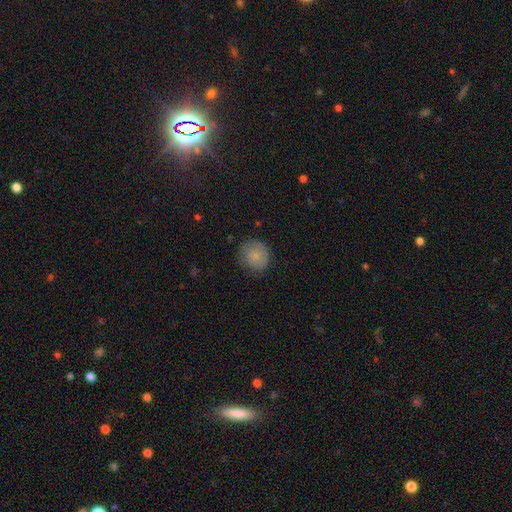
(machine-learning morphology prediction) The model was most divided on "merging": none: 74%, minor disturbance: 20%, major disturbance: 5%, merger: 1%. More confident: how rounded — round (87%); smooth or featured — smooth (81%).